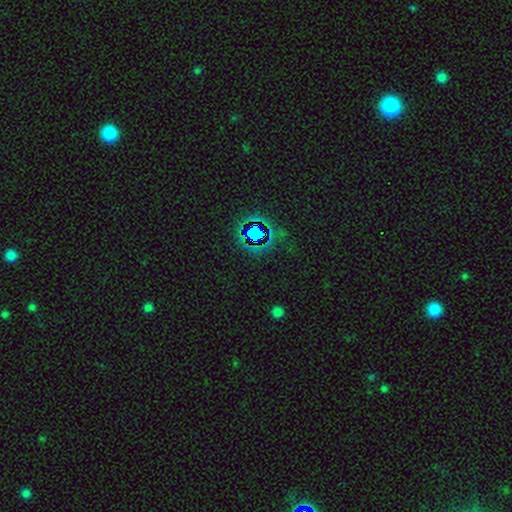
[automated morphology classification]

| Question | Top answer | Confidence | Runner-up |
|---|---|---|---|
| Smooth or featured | star or artifact | 47% | featured or disk (29%) |